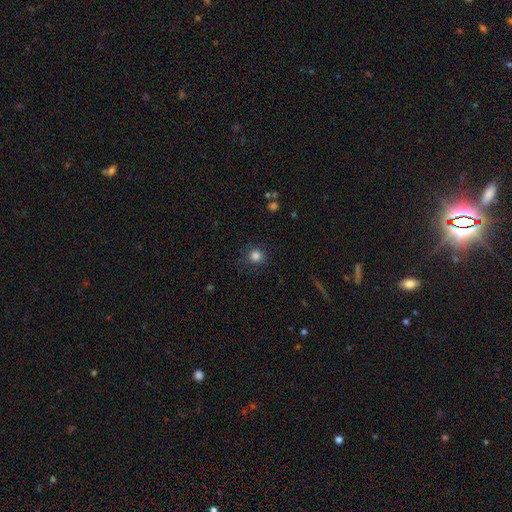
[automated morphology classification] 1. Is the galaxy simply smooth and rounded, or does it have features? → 83% smooth, 13% star or artifact, 4% featured or disk.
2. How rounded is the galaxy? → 93% round, 6% in between, 1% cigar-shaped.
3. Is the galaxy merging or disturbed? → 85% none, 10% minor disturbance, 4% major disturbance, 1% merger.